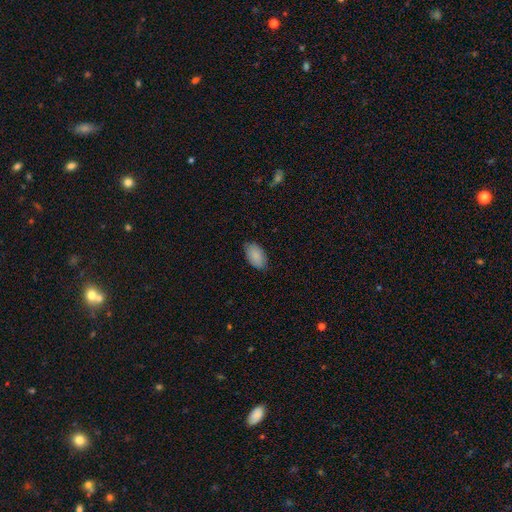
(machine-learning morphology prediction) Smooth or featured?
  - smooth: 87% *
  - featured or disk: 6%
  - star or artifact: 6%
How rounded?
  - in between: 95% *
  - round: 4%
  - cigar-shaped: 2%
Merging?
  - none: 80% *
  - minor disturbance: 16%
  - major disturbance: 3%
  - merger: 1%